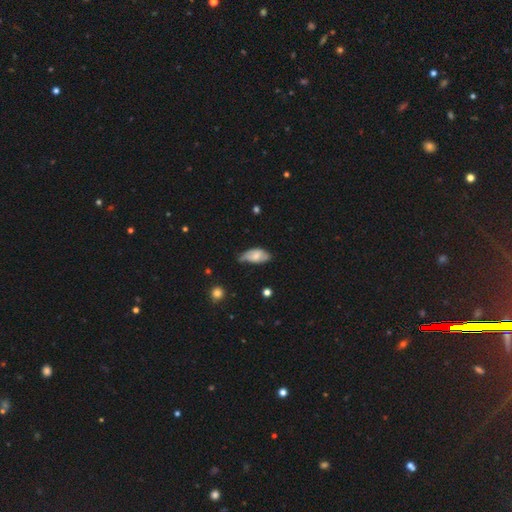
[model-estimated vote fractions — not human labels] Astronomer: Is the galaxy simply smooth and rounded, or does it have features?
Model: smooth — 57% (runner-up: featured or disk, 36%).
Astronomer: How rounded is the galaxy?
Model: in between — 90%.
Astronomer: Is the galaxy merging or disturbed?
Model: minor disturbance — 45% (runner-up: none, 39%).